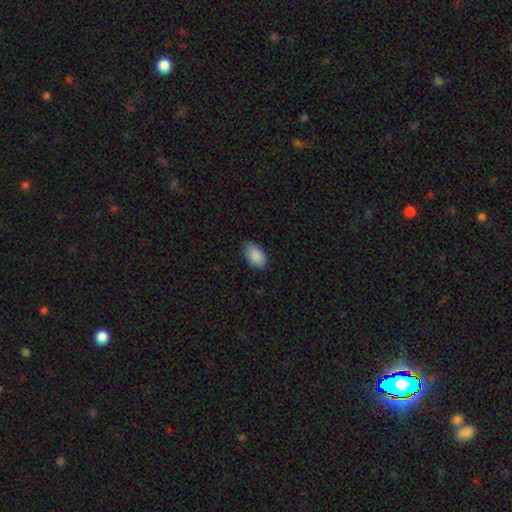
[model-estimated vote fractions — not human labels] smooth_or_featured: smooth (p=0.89) [alt: star or artifact p=0.07]
how_rounded: in between (p=0.93) [alt: round p=0.06]
merging: none (p=0.75) [alt: minor disturbance p=0.21]